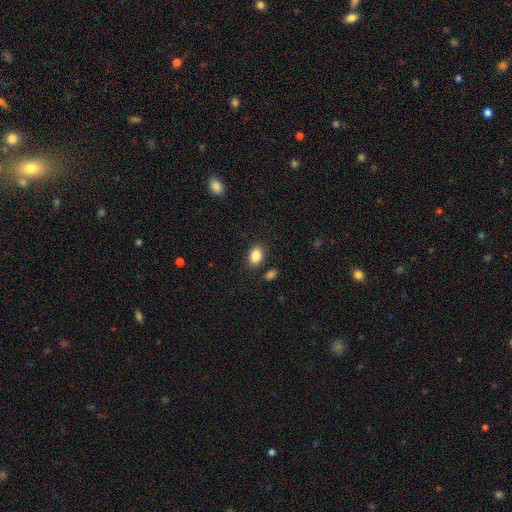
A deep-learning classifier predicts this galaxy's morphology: This is clearly a smooth galaxy (87%). How rounded: clearly in between (82%). Merging: clearly none (83%).